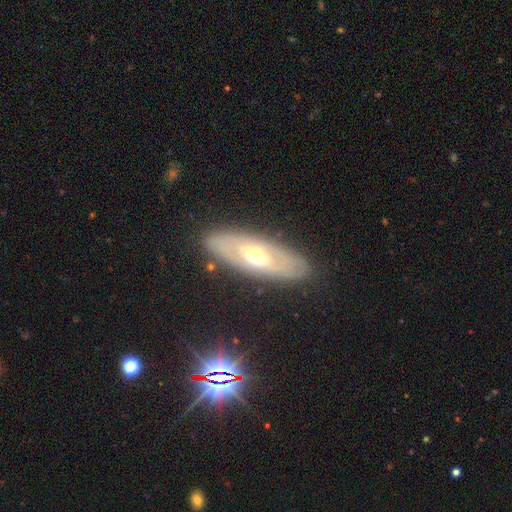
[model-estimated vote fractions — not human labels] This appears to be a featured or disk galaxy (64%). Merging: none (85%).